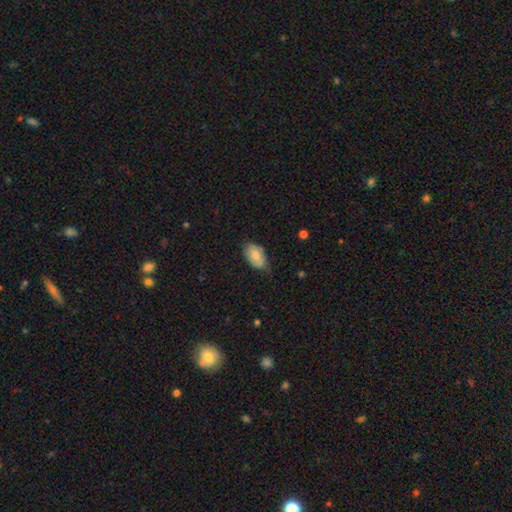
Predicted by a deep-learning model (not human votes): Overall: smooth (76%). How rounded: in between (93%). Merging: none (62%; minor disturbance 31%).